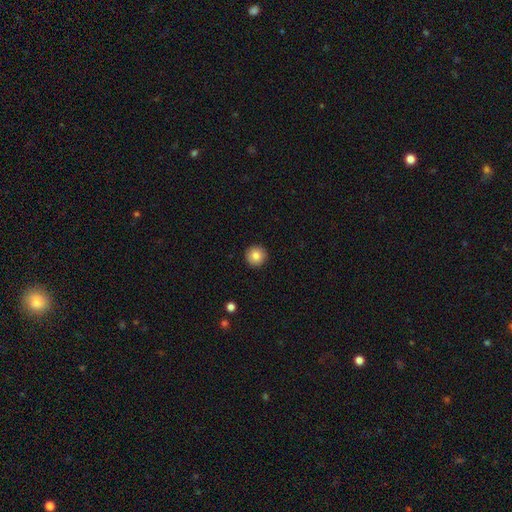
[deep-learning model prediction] This is clearly a smooth galaxy (84%). How rounded: clearly round (96%). Merging: clearly none (93%).